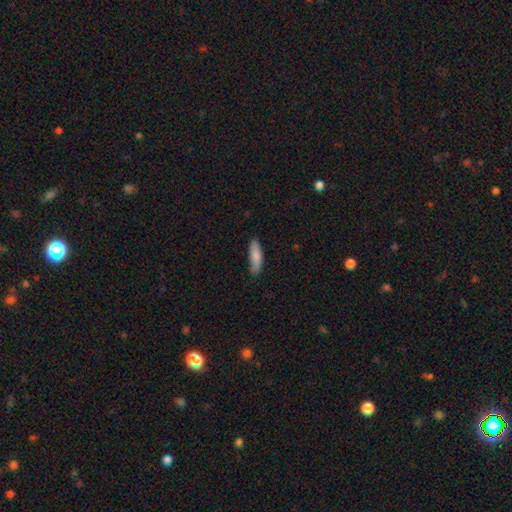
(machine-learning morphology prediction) A smooth galaxy with no disk features (83%) that is cigar-shaped (55%).

Vote fractions:
- Smooth or featured? smooth: 83% / featured or disk: 12% / star or artifact: 6%
- How rounded? cigar-shaped: 55% / in between: 44% / round: 2%
- Merging? none: 84% / minor disturbance: 13% / major disturbance: 2% / merger: 1%